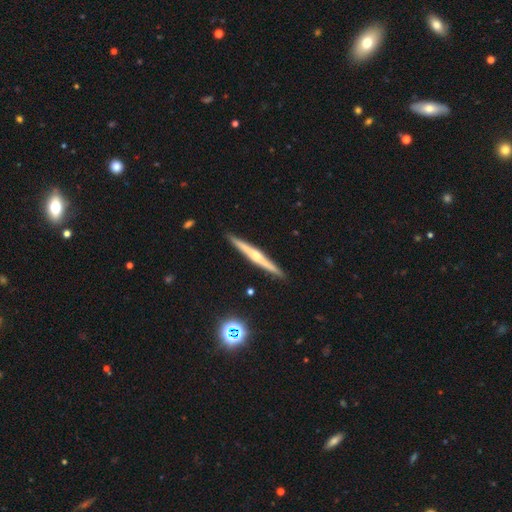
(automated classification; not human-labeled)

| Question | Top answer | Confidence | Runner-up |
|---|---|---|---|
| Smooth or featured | featured or disk | 70% | smooth (24%) |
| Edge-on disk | yes | 98% | no (2%) |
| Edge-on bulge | rounded | 78% | none (16%) |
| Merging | none | 92% | minor disturbance (6%) |